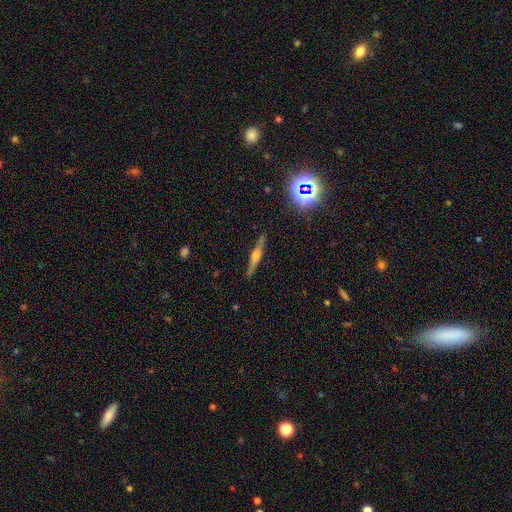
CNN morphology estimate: This appears to be a featured or disk galaxy (63%) viewed edge-on (97%) with a rounded central bulge (85%). Merging: none (89%).